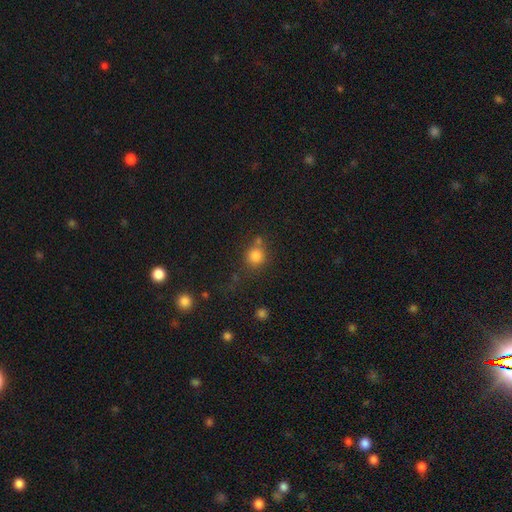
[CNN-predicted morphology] smooth 81%, star or artifact 13%, featured or disk 6%. Down the decision tree: how rounded — round (86%); merging — none (66%).